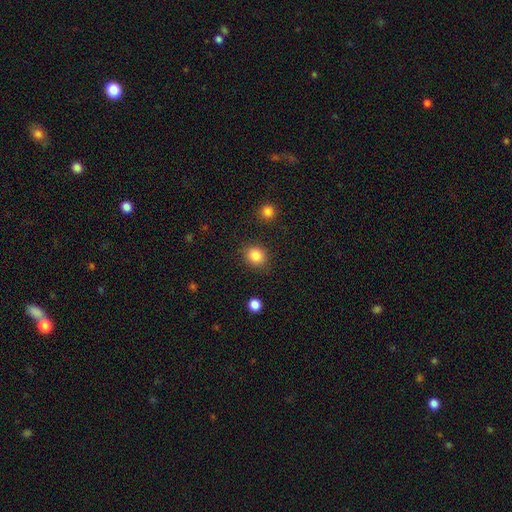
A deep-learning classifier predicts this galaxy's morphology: Smooth or featured? Predicted: smooth (p=0.85). How rounded? Predicted: round (p=0.77). Merging? Predicted: none (p=0.86).